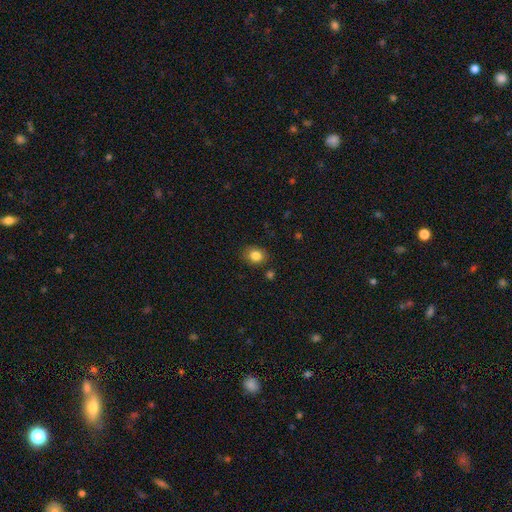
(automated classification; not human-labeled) Q: Smooth or featured?
A: smooth (84%); runner-up: star or artifact (10%)
Q: How rounded?
A: round (55%); runner-up: in between (44%)
Q: Merging?
A: none (84%); runner-up: minor disturbance (11%)